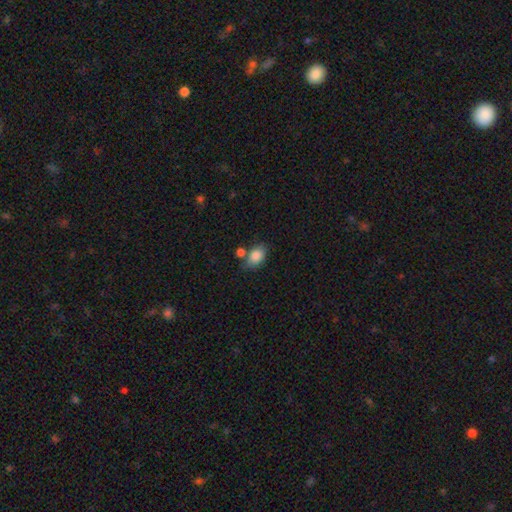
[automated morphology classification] A smooth galaxy with no disk features (85%) that is in between round and cigar-shaped (82%). Merging: none (58%).